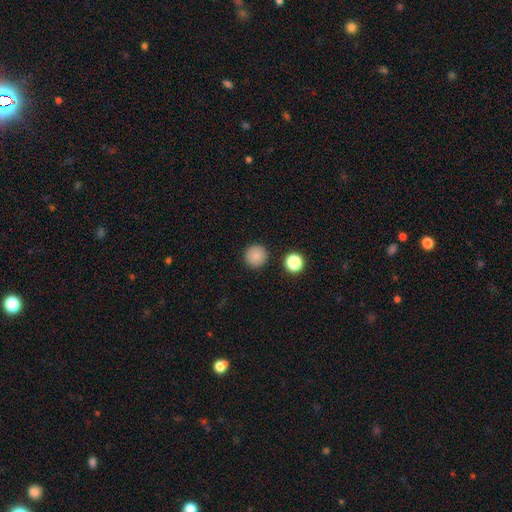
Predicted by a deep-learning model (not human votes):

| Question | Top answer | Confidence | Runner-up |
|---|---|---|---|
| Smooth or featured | smooth | 86% | star or artifact (10%) |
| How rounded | round | 96% | in between (3%) |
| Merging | none | 92% | minor disturbance (5%) |